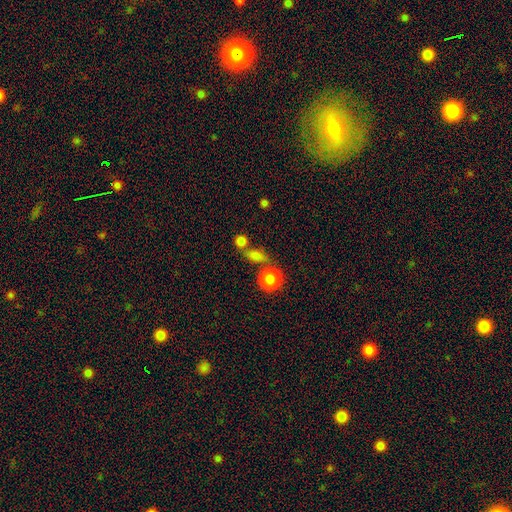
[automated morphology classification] Q: Smooth or featured?
A: smooth (77%); runner-up: star or artifact (15%)
Q: How rounded?
A: round (51%); runner-up: in between (41%)
Q: Merging?
A: none (60%); runner-up: merger (22%)